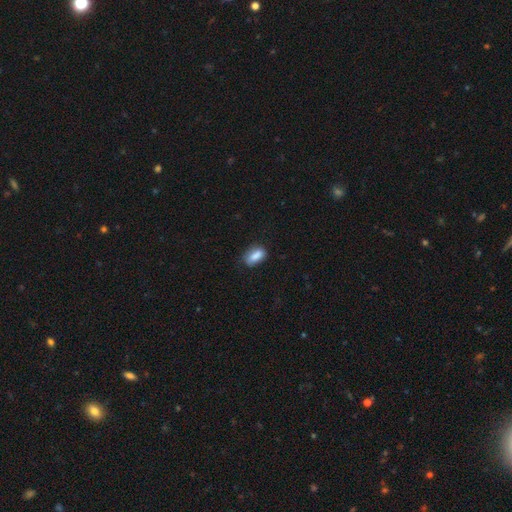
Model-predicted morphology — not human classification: This is clearly a smooth galaxy (83%). How rounded: clearly in between (86%). Merging: likely none (68%).